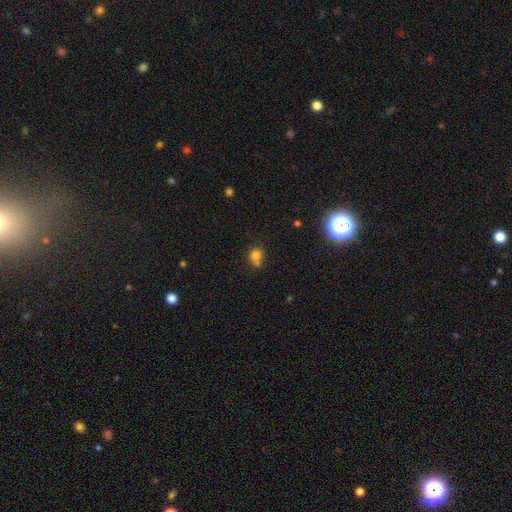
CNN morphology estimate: type=smooth (77%); roundness=round (80%); merging=none (50%).